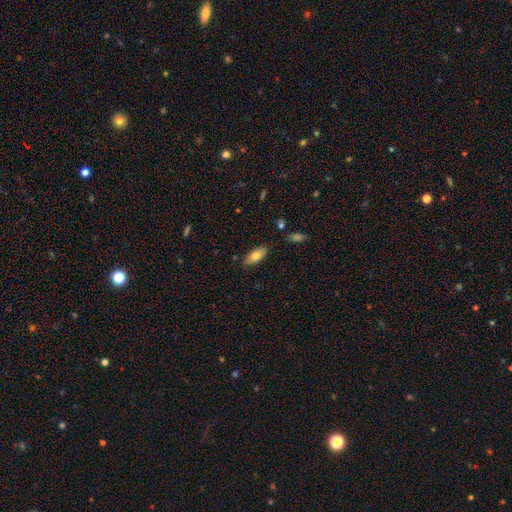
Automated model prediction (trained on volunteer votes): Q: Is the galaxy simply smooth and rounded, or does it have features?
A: smooth — 75%.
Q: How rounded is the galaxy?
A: in between — 86%.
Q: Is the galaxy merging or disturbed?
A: none — 85%.